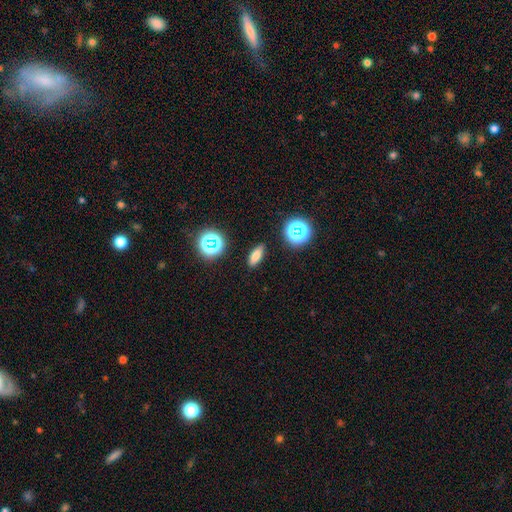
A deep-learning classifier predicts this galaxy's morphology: This is likely a smooth galaxy (73%). How rounded: likely in between (69%). Merging: clearly none (89%).